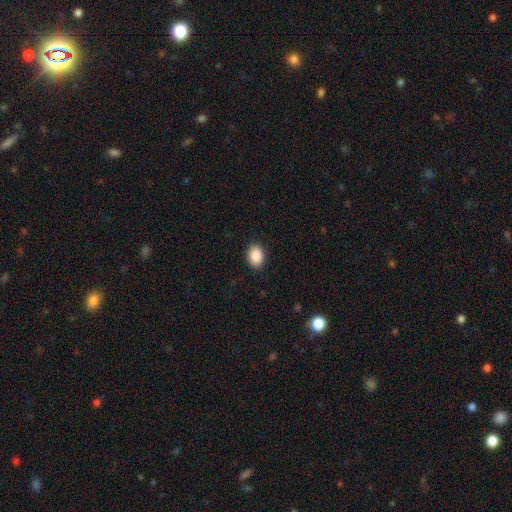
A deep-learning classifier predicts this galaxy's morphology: The model was most divided on "how rounded": in between: 74%, round: 25%, cigar-shaped: 1%. More confident: smooth or featured — smooth (90%); merging — none (90%).